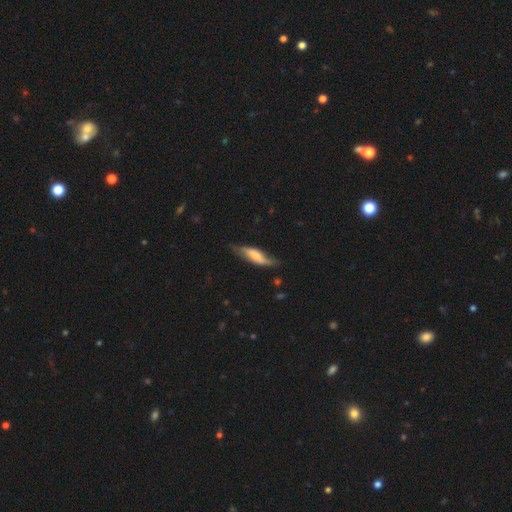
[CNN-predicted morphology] This is possibly a featured or disk galaxy (49%). Merging: likely none (63%).